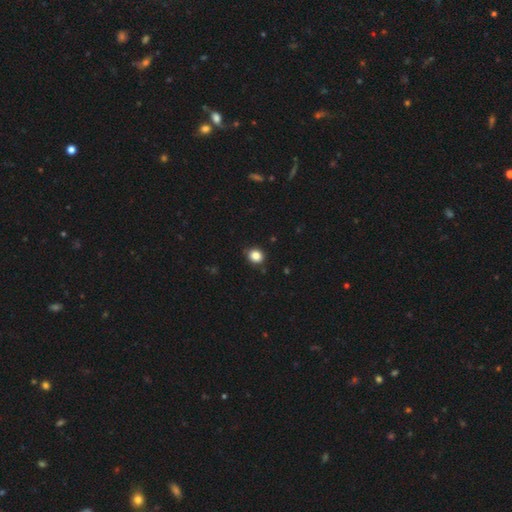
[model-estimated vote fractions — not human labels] A smooth galaxy with no disk features (85%) that is round (76%).

Vote fractions:
- Smooth or featured? smooth: 85% / star or artifact: 11% / featured or disk: 4%
- How rounded? round: 76% / in between: 23% / cigar-shaped: 1%
- Merging? none: 87% / minor disturbance: 10% / major disturbance: 2% / merger: 1%